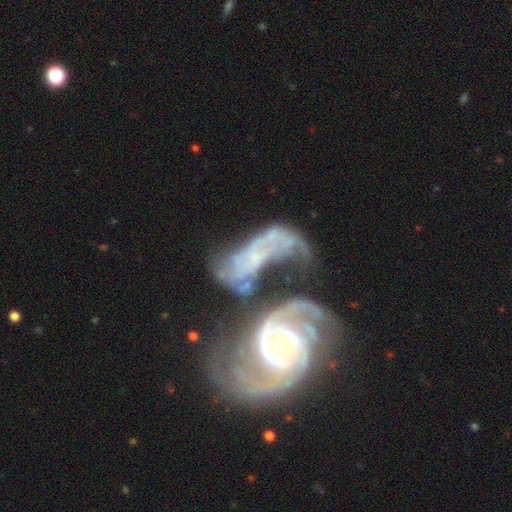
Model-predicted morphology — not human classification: The model was most divided on "spiral winding": medium: 38%, tight: 32%, loose: 30%. Remaining: edge-on disk — no (96%); spiral arms — yes (86%); smooth or featured — featured or disk (82%); merging — merger (63%); bar — no (53%); spiral arm count — 2 (50%); bulge size — small (49%).